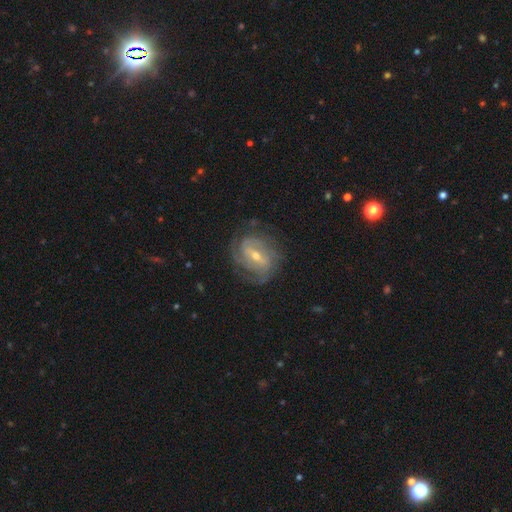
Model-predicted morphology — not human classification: smooth-or-featured: featured or disk: 85% | smooth: 9% | star or artifact: 6%
  disk-edge-on: no: 96% | yes: 4%
    bar: weak: 45% | strong: 38% | no: 17%
    has-spiral-arms: yes: 93% | no: 7%
      spiral-winding: tight: 53% | medium: 36% | loose: 11%
      spiral-arm-count: 2: 30% | can't tell: 27% | 3: 25% | 4: 9% | 1: 5% | more than 4: 4%
    bulge-size: small: 50% | moderate: 46% | large: 2% | none: 1% | dominant: 1%
  merging: none: 70% | minor disturbance: 19% | major disturbance: 10% | merger: 1%